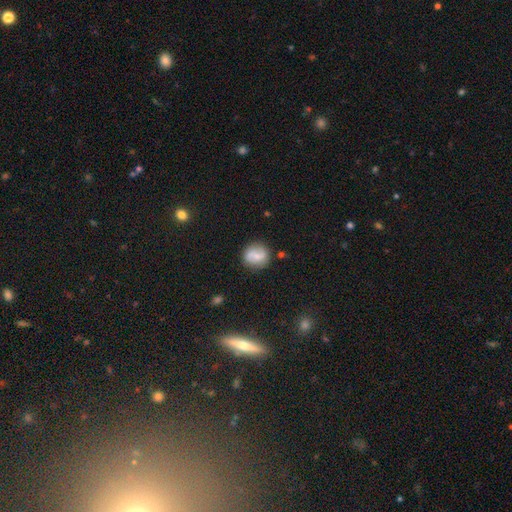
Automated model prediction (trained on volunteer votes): smooth 57%, featured or disk 34%, star or artifact 9%. Down the decision tree: how rounded — round (80%); merging — none (74%).